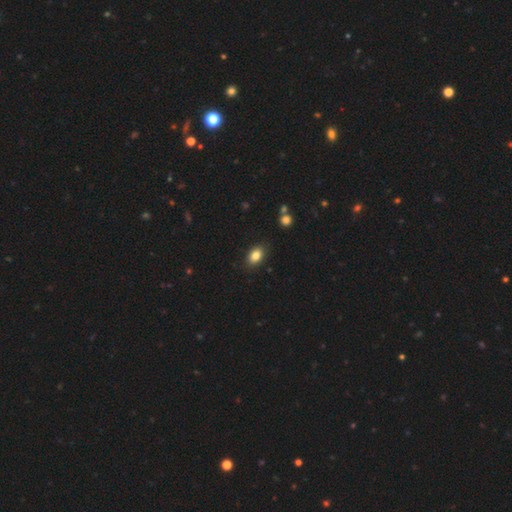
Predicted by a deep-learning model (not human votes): Smooth or featured? Predicted: smooth (p=0.84). How rounded? Predicted: in between (p=0.82). Merging? Predicted: none (p=0.87).